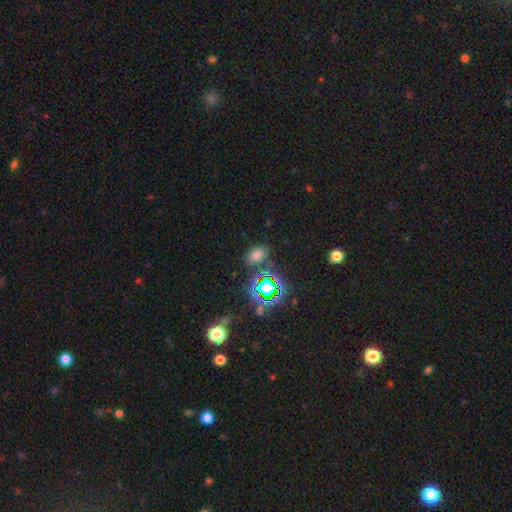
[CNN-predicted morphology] Smooth or featured: smooth — 62% (star or artifact — 31%)
How rounded: in between — 82% (round — 16%)
Merging: none — 77% (minor disturbance — 12%)